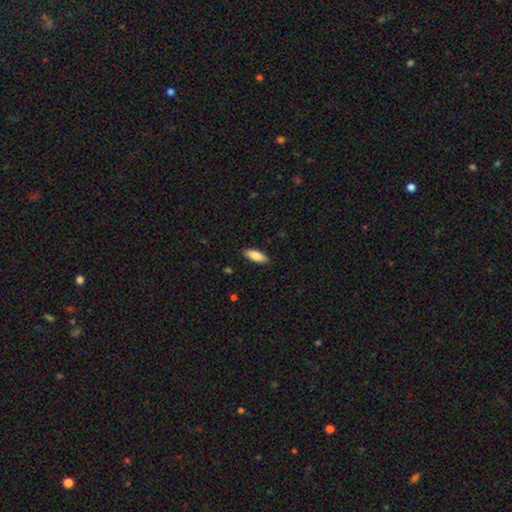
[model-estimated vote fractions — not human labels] smooth-or-featured: smooth: 83% | featured or disk: 11% | star or artifact: 6%
  how-rounded: in between: 71% | cigar-shaped: 27% | round: 2%
  merging: none: 88% | minor disturbance: 9% | major disturbance: 2% | merger: 1%